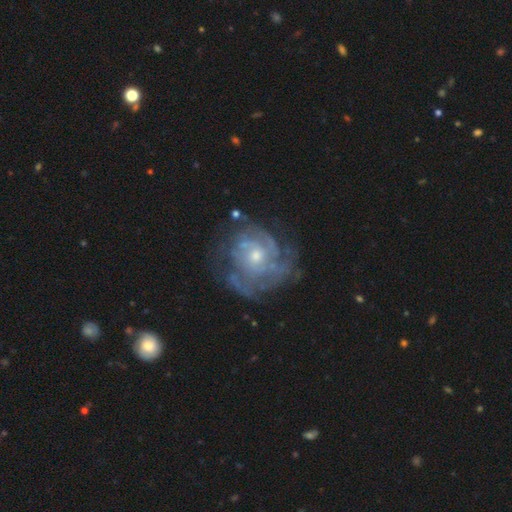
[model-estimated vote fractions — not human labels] Smooth or featured? featured or disk (82%)
Edge-on disk? no (98%)
Bar? no (78%)
Spiral arms? yes (86%)
Spiral winding? tight (61%)
Spiral arm count? can't tell (44%)
Bulge size? small (54%)
Merging? none (63%)